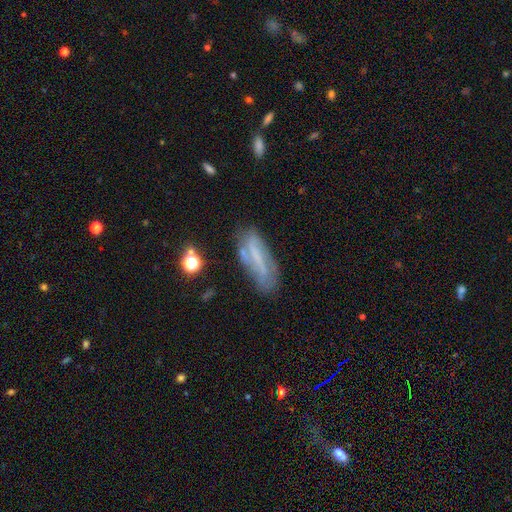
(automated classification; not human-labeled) Morphology: type=featured or disk (49%); merging=none (66%).